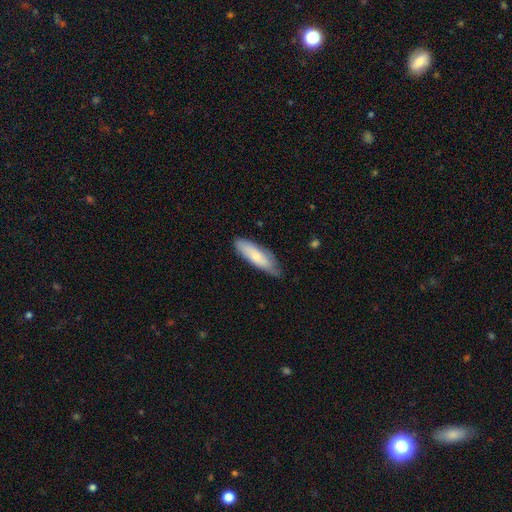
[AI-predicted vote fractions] This appears to be a smooth galaxy with no disk features (70%) that is cigar-shaped (50%). Merging: none (68%).